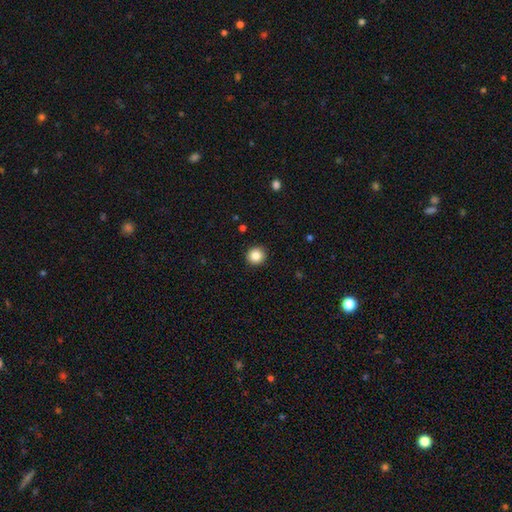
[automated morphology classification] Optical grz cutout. It shows a smooth galaxy with no disk features (85%) that is round (94%). Merging: none (93%).